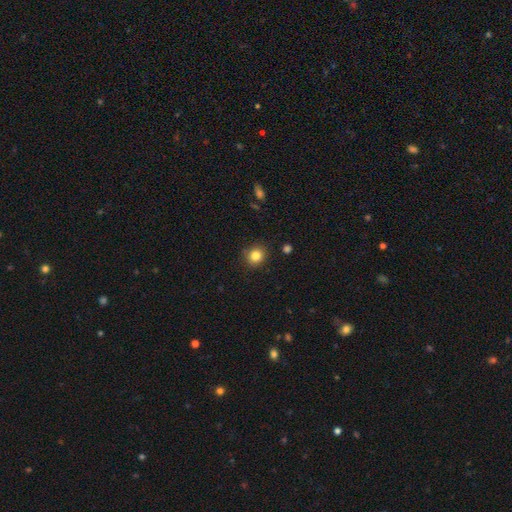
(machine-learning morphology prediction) A smooth galaxy with no disk features (83%) that is round (88%).

Vote fractions:
- Smooth or featured? smooth: 83% / star or artifact: 12% / featured or disk: 5%
- How rounded? round: 88% / in between: 11% / cigar-shaped: 1%
- Merging? none: 88% / minor disturbance: 9% / major disturbance: 2% / merger: 1%